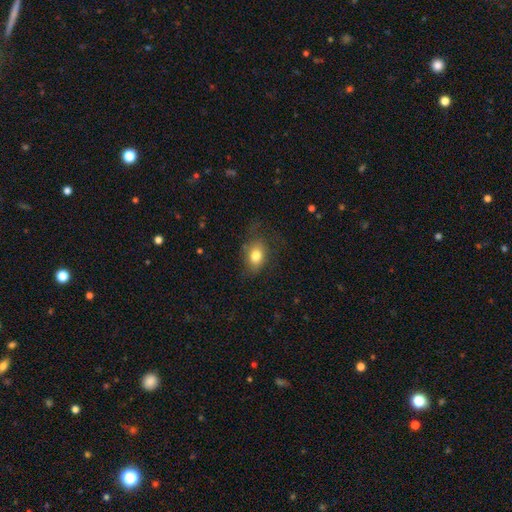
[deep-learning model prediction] Smooth or featured? Predicted: smooth (p=0.78). How rounded? Predicted: in between (p=0.72). Merging? Predicted: none (p=0.61).